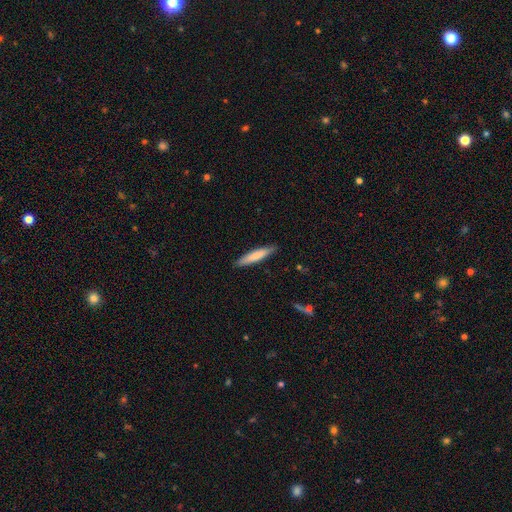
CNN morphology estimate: Smooth or featured?
  - smooth: 76% *
  - featured or disk: 19%
  - star or artifact: 5%
How rounded?
  - cigar-shaped: 88% *
  - in between: 11%
  - round: 1%
Merging?
  - none: 88% *
  - minor disturbance: 9%
  - major disturbance: 2%
  - merger: 1%